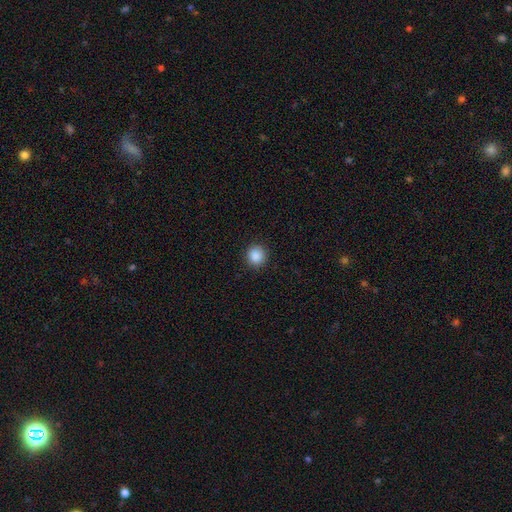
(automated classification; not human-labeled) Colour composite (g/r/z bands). It shows a smooth galaxy with no disk features (88%) that is round (91%). Merging: none (91%).